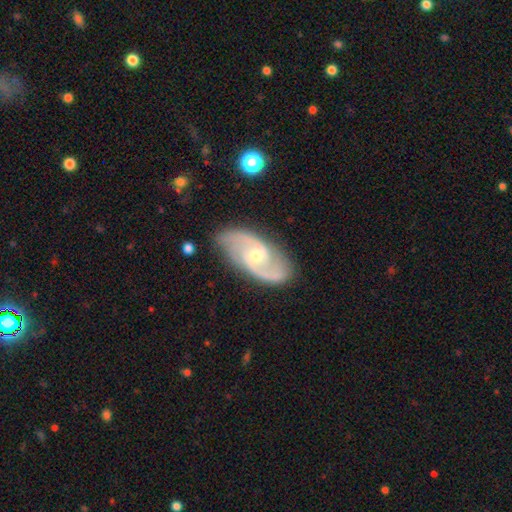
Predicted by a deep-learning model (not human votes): Morphology: type=featured or disk (88%); edge-on=no (95%); bar=no (46%); spiral arms=yes (97%); winding=medium (54%); arm count=2 (87%); bulge=small (52%); merging=none (80%).